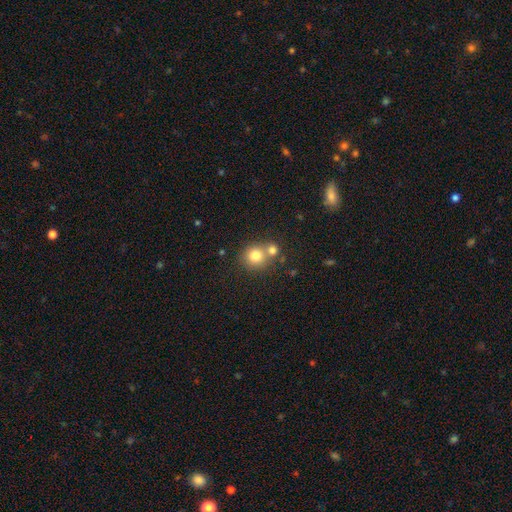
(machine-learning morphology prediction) This is likely a smooth galaxy (79%). How rounded: clearly round (88%). Merging: possibly none (54%).